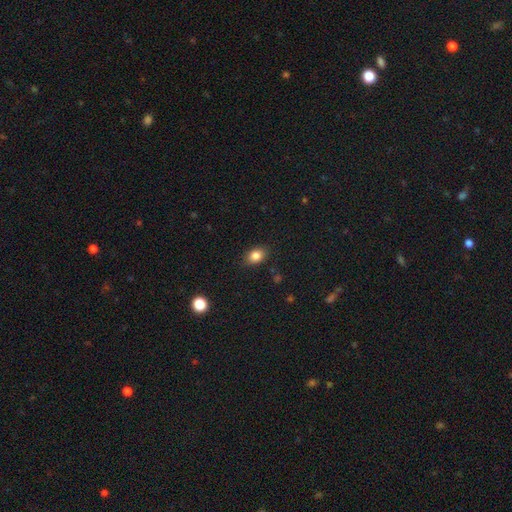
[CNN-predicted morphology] smooth_or_featured: smooth (p=0.84) [alt: star or artifact p=0.10]
how_rounded: in between (p=0.74) [alt: round p=0.24]
merging: none (p=0.86) [alt: minor disturbance p=0.10]